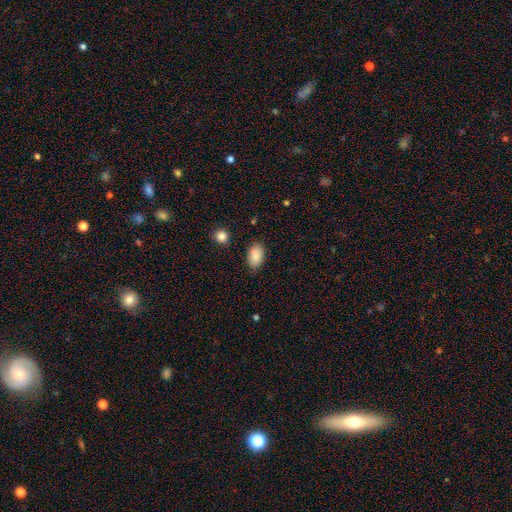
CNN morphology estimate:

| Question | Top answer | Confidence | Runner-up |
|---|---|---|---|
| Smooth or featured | smooth | 88% | star or artifact (7%) |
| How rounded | in between | 91% | round (7%) |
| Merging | none | 83% | minor disturbance (13%) |